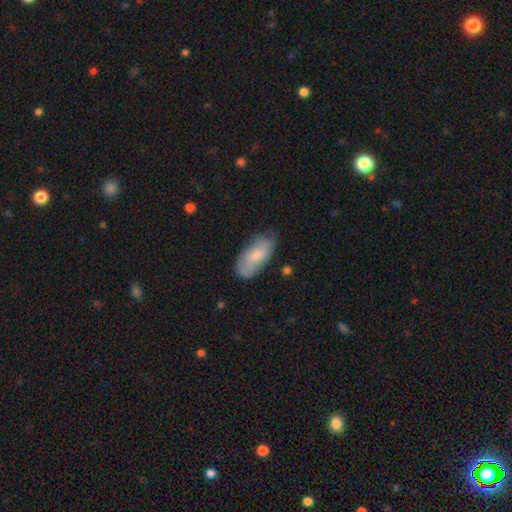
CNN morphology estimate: Smooth or featured?
  - smooth: 78% *
  - featured or disk: 16%
  - star or artifact: 6%
How rounded?
  - in between: 89% *
  - cigar-shaped: 9%
  - round: 2%
Merging?
  - none: 69% *
  - minor disturbance: 24%
  - major disturbance: 5%
  - merger: 2%